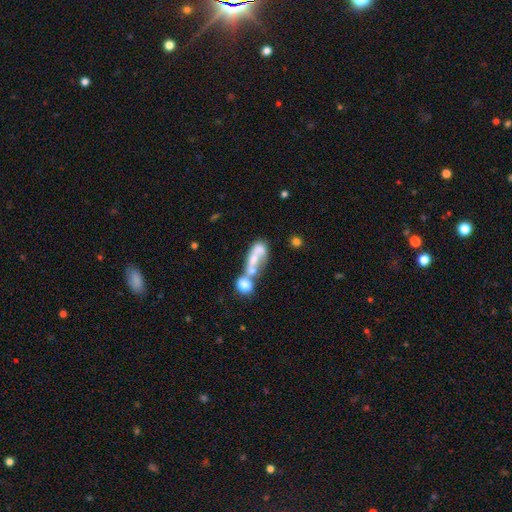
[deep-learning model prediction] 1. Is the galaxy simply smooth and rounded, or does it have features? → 48% smooth, 41% featured or disk, 11% star or artifact.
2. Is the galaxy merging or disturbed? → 65% merger, 13% none, 13% major disturbance, 8% minor disturbance.